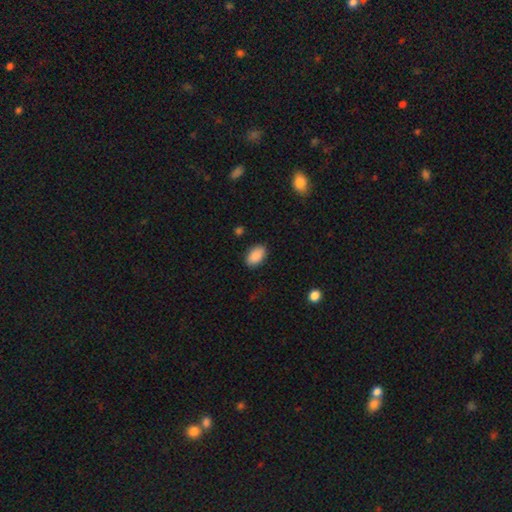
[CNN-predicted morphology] type=smooth (90%); roundness=in between (93%); merging=none (87%).